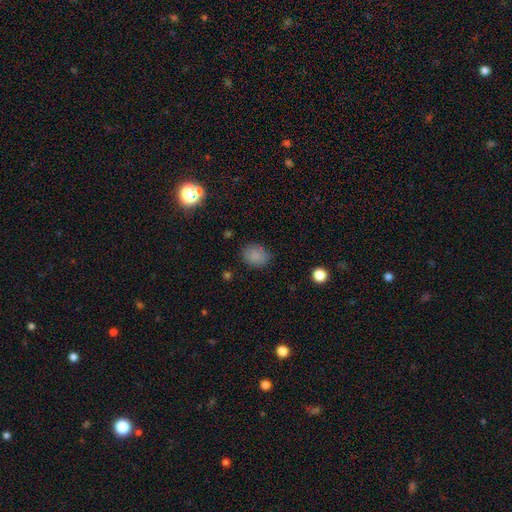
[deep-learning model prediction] smooth-or-featured: smooth: 84% | star or artifact: 11% | featured or disk: 5%
  how-rounded: round: 52% | in between: 47% | cigar-shaped: 1%
  merging: none: 79% | minor disturbance: 16% | major disturbance: 4% | merger: 2%